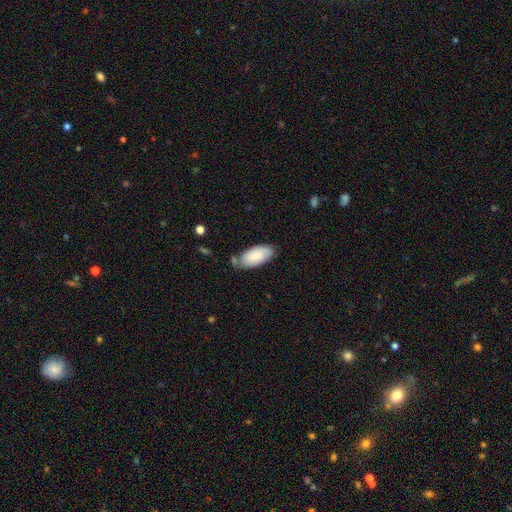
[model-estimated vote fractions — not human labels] This is likely a smooth galaxy (79%). How rounded: clearly in between (93%). Merging: likely none (64%).